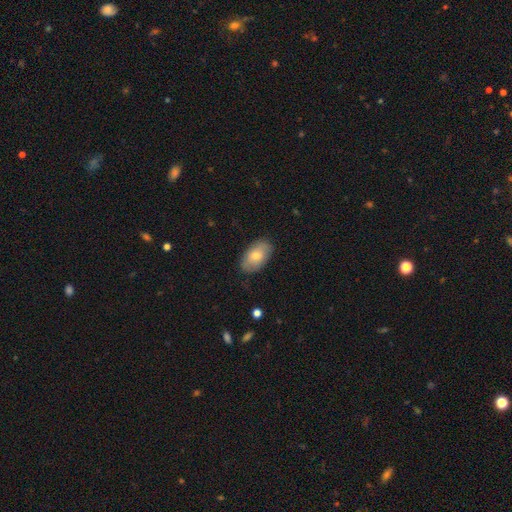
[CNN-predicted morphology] smooth 71%, featured or disk 22%, star or artifact 7%. Down the decision tree: how rounded — in between (93%); merging — none (83%).